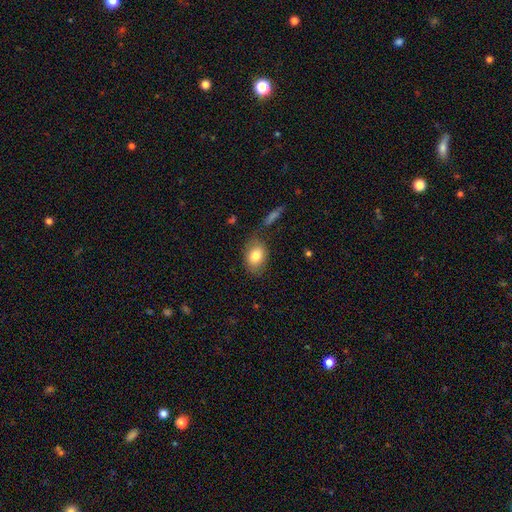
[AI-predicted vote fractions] smooth 80%, featured or disk 12%, star or artifact 8%. Down the decision tree: how rounded — in between (79%); merging — none (73%).